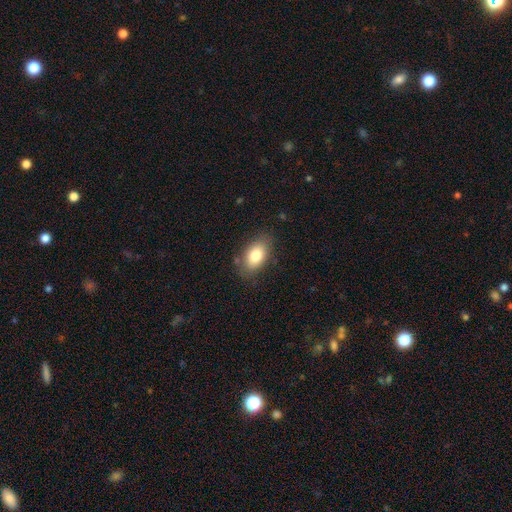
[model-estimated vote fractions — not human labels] The model was most divided on "merging": none: 80%, minor disturbance: 14%, major disturbance: 4%, merger: 2%. More confident: how rounded — in between (91%); smooth or featured — smooth (81%).